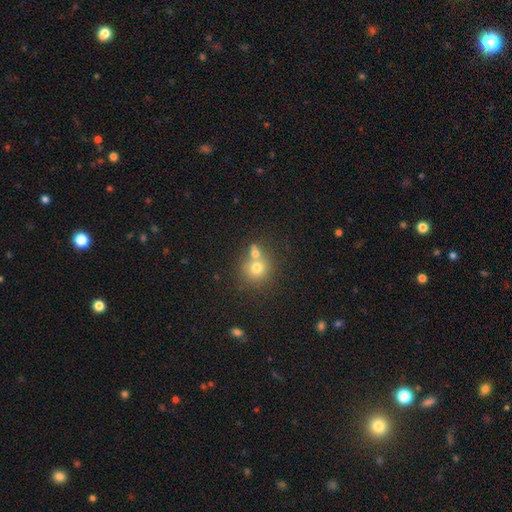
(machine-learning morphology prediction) The model was most divided on "merging": none: 50%, merger: 40%, minor disturbance: 7%, major disturbance: 3%. More confident: how rounded — round (86%); smooth or featured — smooth (67%).